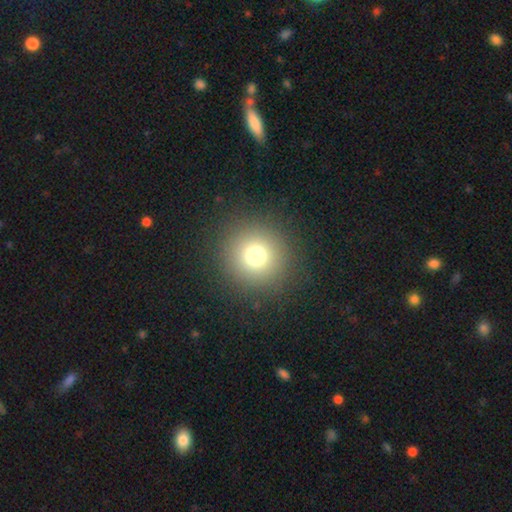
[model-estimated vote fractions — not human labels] A smooth galaxy with no disk features (74%) that is round (95%). Merging: none (91%).